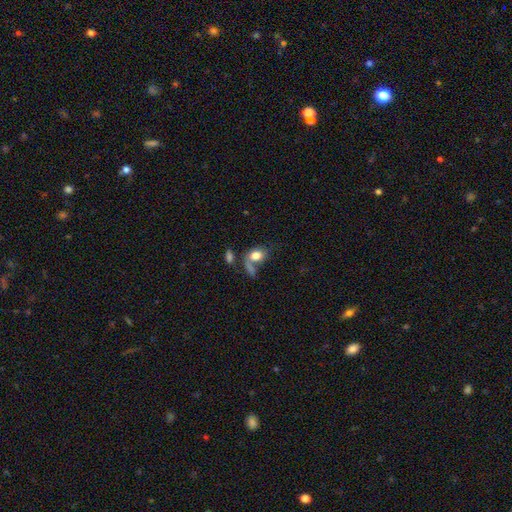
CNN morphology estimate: smooth_or_featured: smooth (p=0.77) [alt: featured or disk p=0.15]
how_rounded: in between (p=0.66) [alt: round p=0.32]
merging: merger (p=0.34) [alt: none p=0.33]